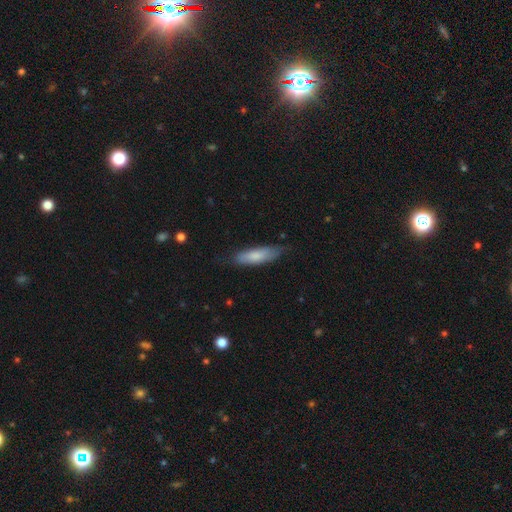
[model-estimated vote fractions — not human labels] The model was most divided on "how rounded": cigar-shaped: 58%, in between: 41%, round: 2%. More confident: smooth or featured — smooth (76%); merging — none (70%).